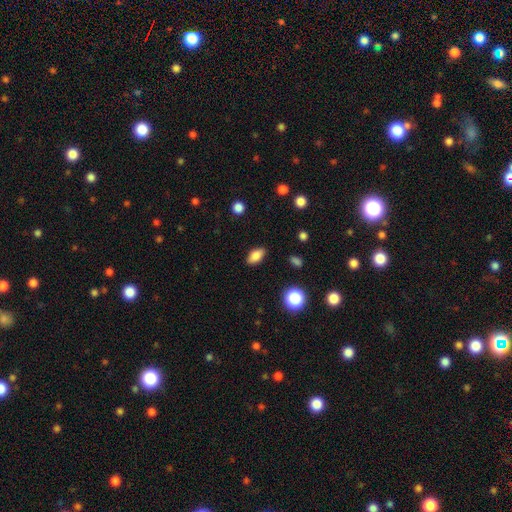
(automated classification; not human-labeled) Smooth or featured?
  - smooth: 83% *
  - star or artifact: 9%
  - featured or disk: 8%
How rounded?
  - in between: 88% *
  - round: 7%
  - cigar-shaped: 5%
Merging?
  - none: 87% *
  - minor disturbance: 10%
  - major disturbance: 3%
  - merger: 1%